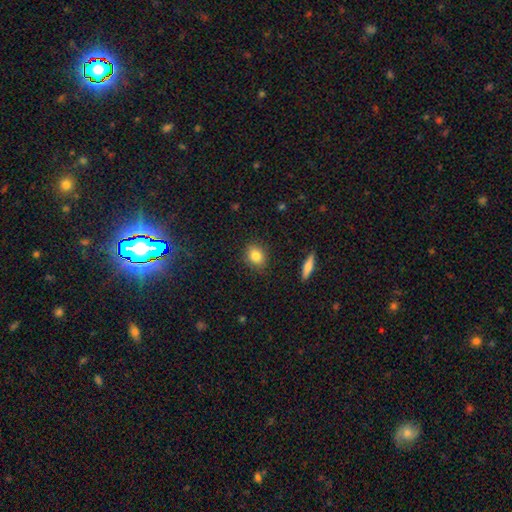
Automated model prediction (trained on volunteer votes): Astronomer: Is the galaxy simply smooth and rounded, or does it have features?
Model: smooth — 83%.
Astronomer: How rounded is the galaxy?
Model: in between — 54% (runner-up: round, 43%).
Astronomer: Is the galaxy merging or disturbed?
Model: none — 86%.